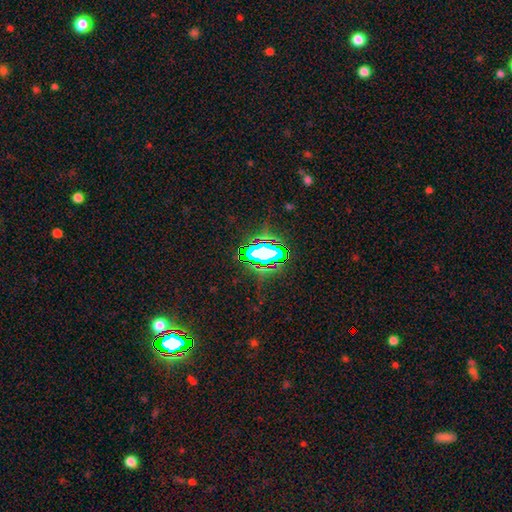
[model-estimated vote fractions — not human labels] A star or artifact, not a galaxy (67%).

Vote fractions:
- Smooth or featured? star or artifact: 67% / smooth: 19% / featured or disk: 15%